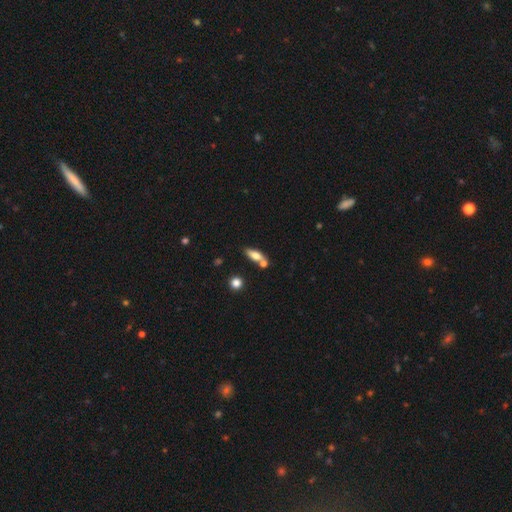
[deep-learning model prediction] smooth_or_featured: smooth (p=0.68) [alt: featured or disk p=0.24]
how_rounded: in between (p=0.62) [alt: cigar-shaped p=0.33]
merging: none (p=0.56) [alt: merger p=0.27]